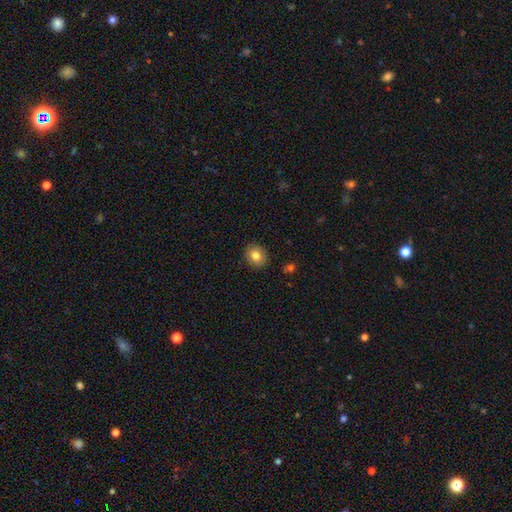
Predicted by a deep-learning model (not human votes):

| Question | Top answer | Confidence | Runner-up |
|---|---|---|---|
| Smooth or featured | smooth | 82% | star or artifact (9%) |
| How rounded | round | 70% | in between (29%) |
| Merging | none | 90% | minor disturbance (7%) |